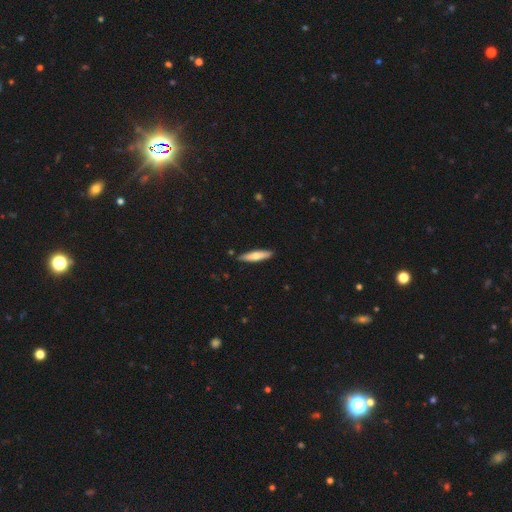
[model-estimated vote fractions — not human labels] Smooth or featured: smooth — 60% (featured or disk — 34%)
How rounded: cigar-shaped — 79% (in between — 20%)
Merging: none — 88% (minor disturbance — 9%)